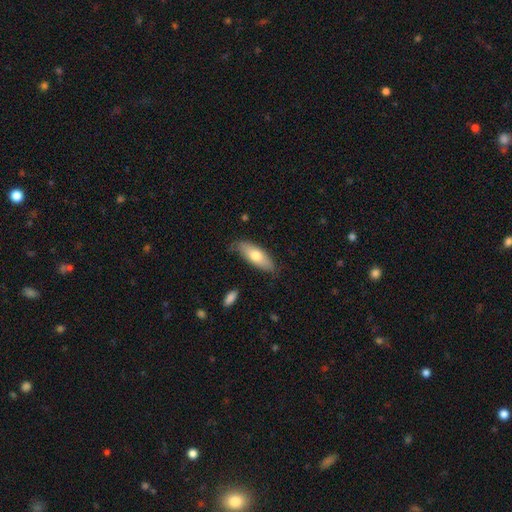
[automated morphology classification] smooth-or-featured: smooth: 70% | featured or disk: 24% | star or artifact: 6%
  how-rounded: in between: 72% | cigar-shaped: 26% | round: 2%
  merging: none: 74% | minor disturbance: 20% | major disturbance: 3% | merger: 2%